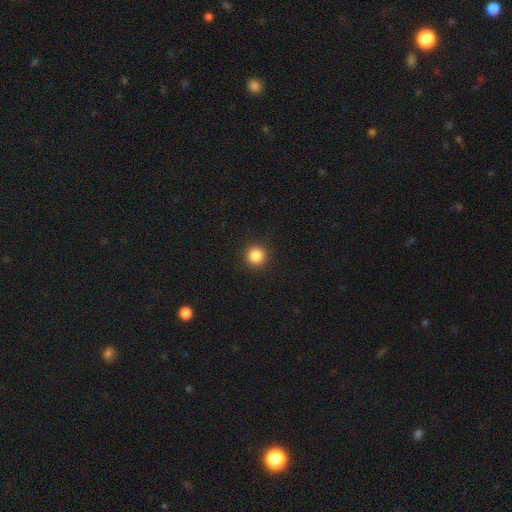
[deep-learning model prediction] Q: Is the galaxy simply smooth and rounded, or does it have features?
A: smooth — 85%.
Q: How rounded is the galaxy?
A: round — 95%.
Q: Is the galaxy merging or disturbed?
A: none — 92%.